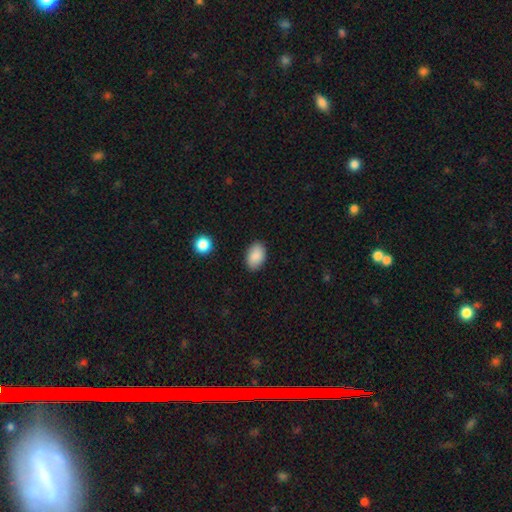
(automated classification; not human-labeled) Smooth or featured? Predicted: smooth (p=0.88). How rounded? Predicted: in between (p=0.90). Merging? Predicted: none (p=0.87).